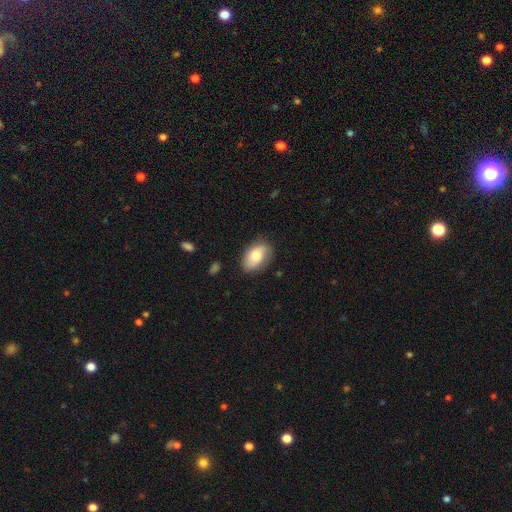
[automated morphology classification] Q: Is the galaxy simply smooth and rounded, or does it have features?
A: smooth — 72%.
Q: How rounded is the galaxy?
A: in between — 90%.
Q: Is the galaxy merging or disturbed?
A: none — 76%.